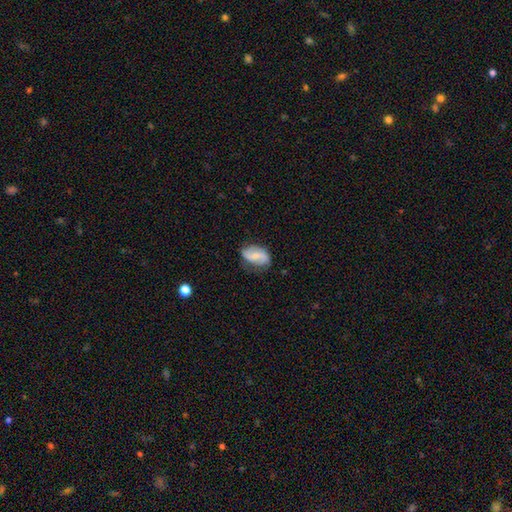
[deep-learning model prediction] A featured or disk galaxy (63%) with a weak bar (44%), 2 (87%) loose (47%) spiral arms (89%) and a small central bulge (55%).

Vote fractions:
- Smooth or featured? featured or disk: 63% / smooth: 30% / star or artifact: 6%
- Edge-on disk? no: 97% / yes: 3%
- Bar? weak: 44% / no: 34% / strong: 22%
- Spiral arms? yes: 89% / no: 11%
- Spiral winding? loose: 47% / medium: 36% / tight: 16%
- Spiral arm count? 2: 87% / can't tell: 6% / 1: 3% / 3: 1% / 4: 1% / more than 4: 1%
- Bulge size? small: 55% / moderate: 32% / none: 11% / large: 2% / dominant: 1%
- Merging? none: 70% / minor disturbance: 22% / major disturbance: 6% / merger: 1%